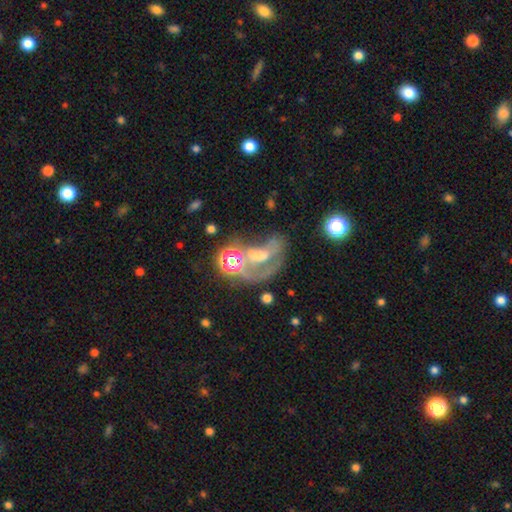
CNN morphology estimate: This is possibly a featured or disk galaxy (57%). It is clearly not viewed edge-on (95%). Bar: possibly no (59%). Spiral arm pattern: possibly yes (56%). Central bulge: marginally moderate (38%). Merging: marginally major disturbance (31%).